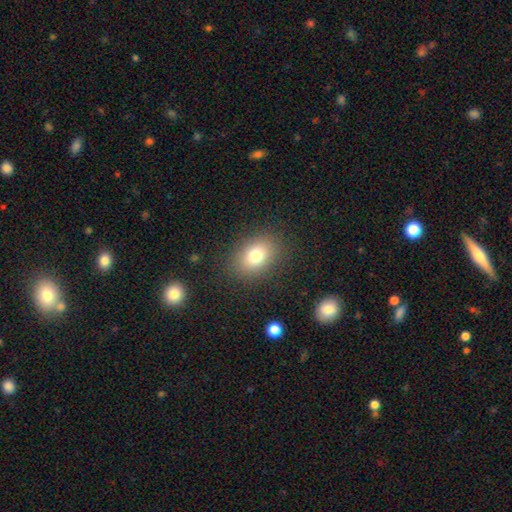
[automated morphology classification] smooth-or-featured: smooth: 78% | star or artifact: 12% | featured or disk: 11%
  how-rounded: in between: 70% | round: 29% | cigar-shaped: 1%
  merging: none: 86% | minor disturbance: 9% | major disturbance: 4% | merger: 1%